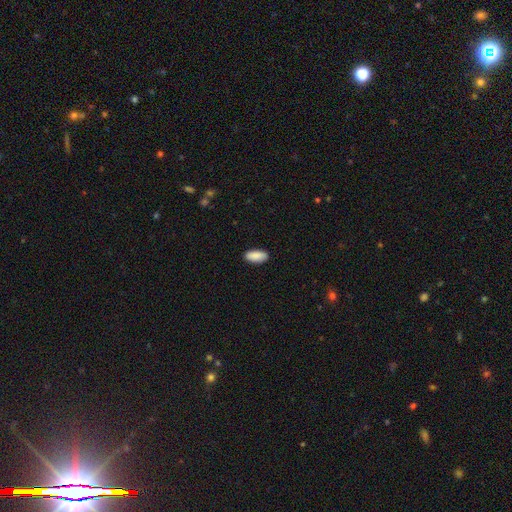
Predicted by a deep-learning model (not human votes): Smooth or featured? Predicted: smooth (p=0.90). How rounded? Predicted: in between (p=0.89). Merging? Predicted: none (p=0.89).